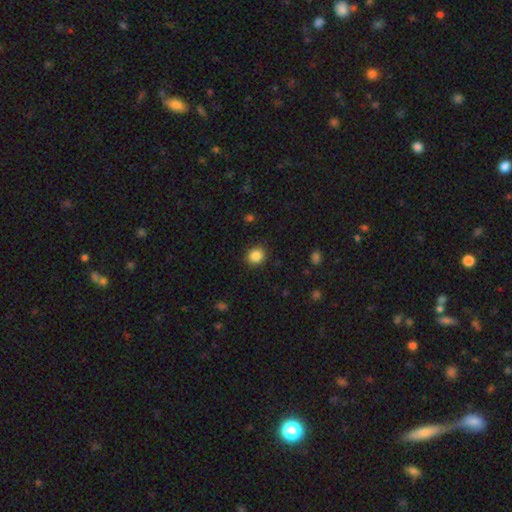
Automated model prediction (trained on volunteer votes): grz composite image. It shows a smooth galaxy with no disk features (86%) that is round (81%). Merging: none (90%).